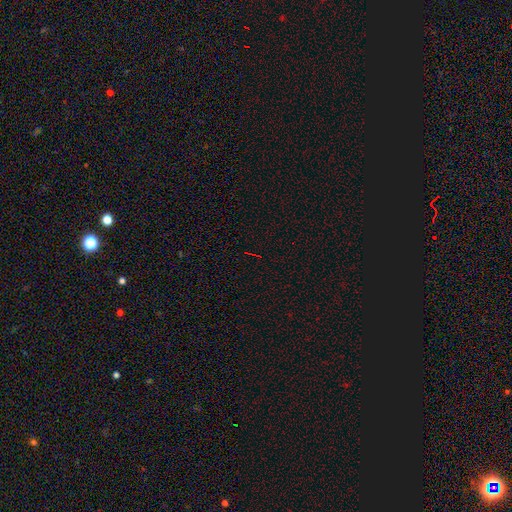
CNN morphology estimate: type=star or artifact (76%).